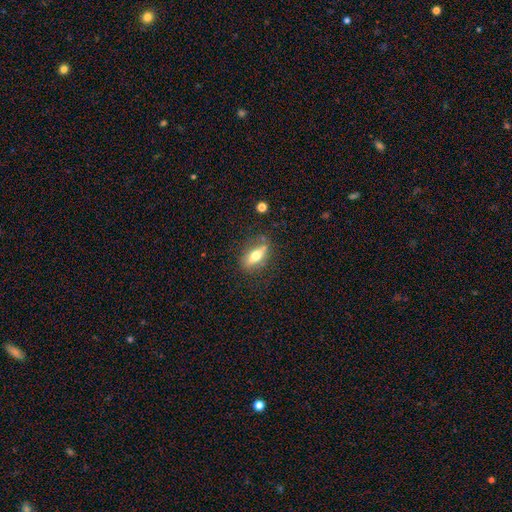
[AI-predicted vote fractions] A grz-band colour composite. It shows a smooth galaxy with no disk features (60%) that is in between round and cigar-shaped (69%). Merging: none (74%).